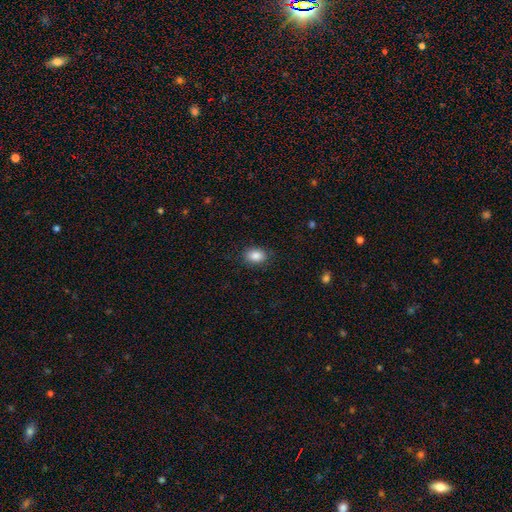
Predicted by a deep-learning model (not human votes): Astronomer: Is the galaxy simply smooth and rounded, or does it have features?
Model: smooth — 87%.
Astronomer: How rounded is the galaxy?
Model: in between — 77%.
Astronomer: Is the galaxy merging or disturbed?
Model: none — 85%.